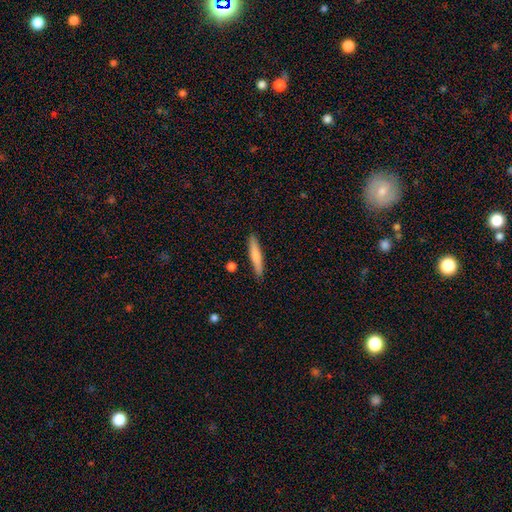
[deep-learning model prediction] Smooth or featured: smooth — 76% (featured or disk — 19%)
How rounded: cigar-shaped — 92% (in between — 7%)
Merging: none — 88% (minor disturbance — 8%)